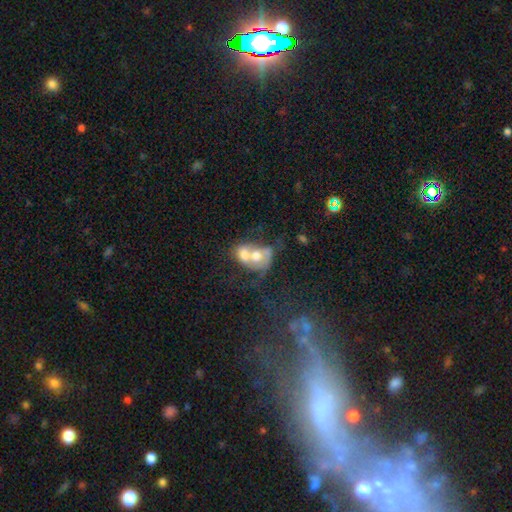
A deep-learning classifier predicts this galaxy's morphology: Smooth or featured? Predicted: smooth (p=0.54). How rounded? Predicted: in between (p=0.55). Merging? Predicted: merger (p=0.80).